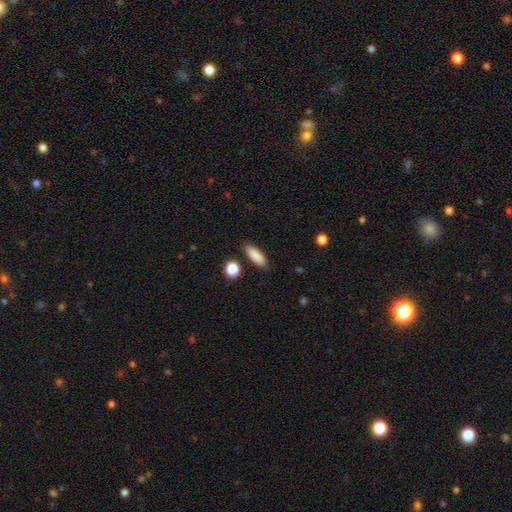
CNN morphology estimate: Q: Smooth or featured?
A: smooth (87%); runner-up: star or artifact (7%)
Q: How rounded?
A: in between (56%); runner-up: cigar-shaped (41%)
Q: Merging?
A: none (86%); runner-up: minor disturbance (9%)